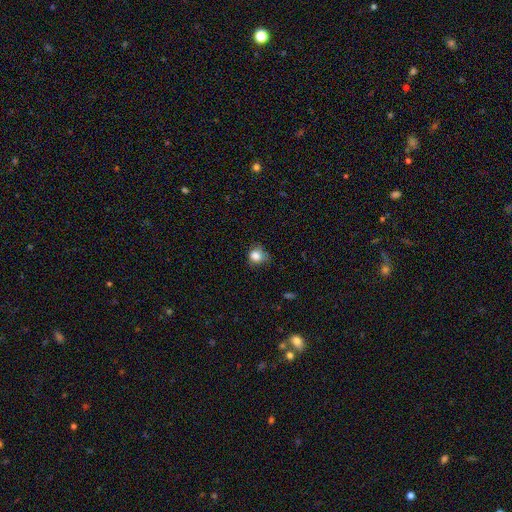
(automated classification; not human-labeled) smooth 81%, star or artifact 11%, featured or disk 8%. Down the decision tree: how rounded — round (72%); merging — none (56%).